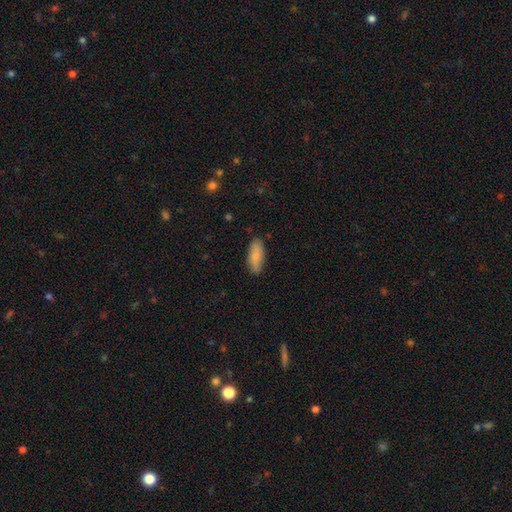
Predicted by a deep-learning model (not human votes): smooth-or-featured: smooth: 86% | featured or disk: 8% | star or artifact: 6%
  how-rounded: in between: 73% | cigar-shaped: 26% | round: 2%
  merging: none: 85% | minor disturbance: 12% | major disturbance: 2% | merger: 1%